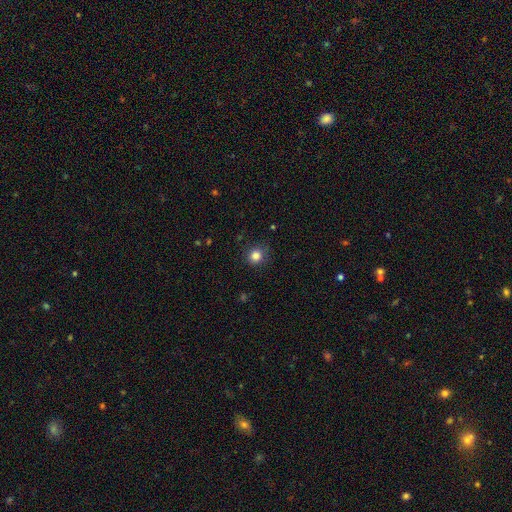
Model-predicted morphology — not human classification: A smooth galaxy with no disk features (84%) that is round (87%).

Vote fractions:
- Smooth or featured? smooth: 84% / star or artifact: 12% / featured or disk: 4%
- How rounded? round: 87% / in between: 12% / cigar-shaped: 1%
- Merging? none: 83% / minor disturbance: 13% / major disturbance: 3% / merger: 1%